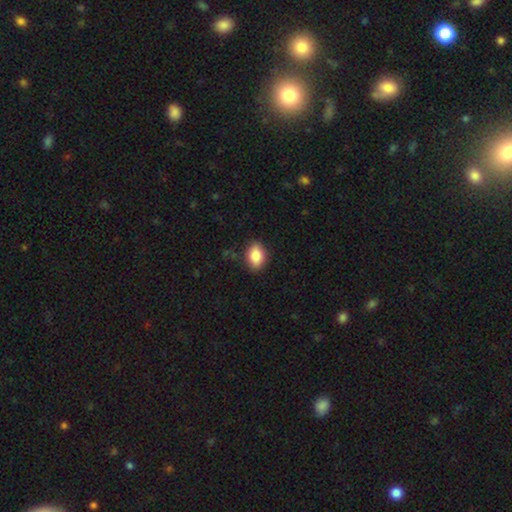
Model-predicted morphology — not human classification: Smooth or featured? smooth (86%)
How rounded? in between (83%)
Merging? none (86%)